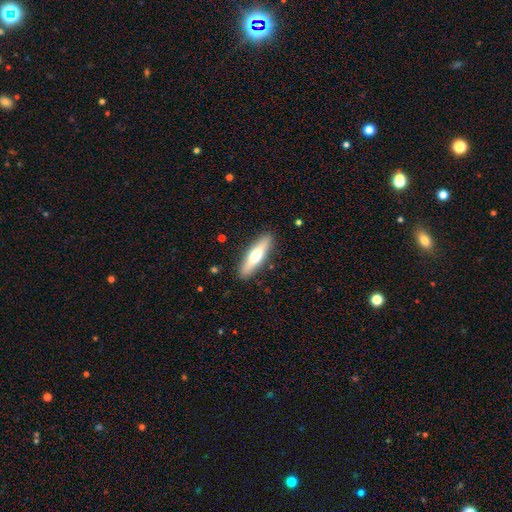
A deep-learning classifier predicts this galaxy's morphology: smooth-or-featured: smooth: 53% | featured or disk: 42% | star or artifact: 5%
  how-rounded: cigar-shaped: 73% | in between: 26% | round: 2%
  merging: none: 89% | minor disturbance: 8% | major disturbance: 2% | merger: 1%